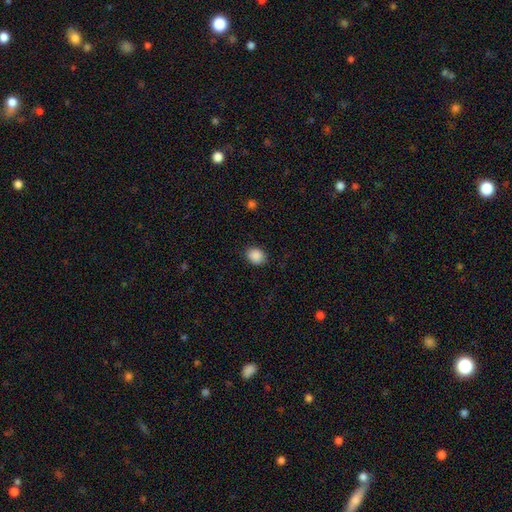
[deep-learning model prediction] Smooth or featured: smooth — 88% (star or artifact — 8%)
How rounded: in between — 51% (round — 48%)
Merging: none — 86% (minor disturbance — 10%)